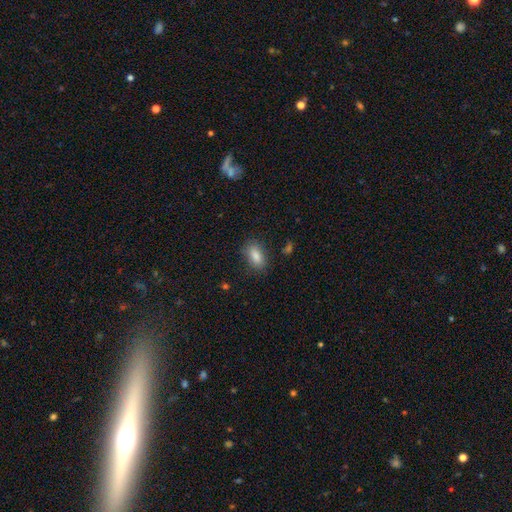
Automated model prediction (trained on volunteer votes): Overall: smooth (84%). How rounded: in between (86%). Merging: none (84%).